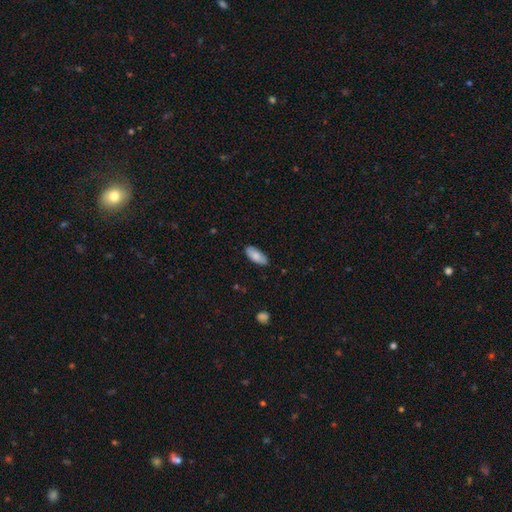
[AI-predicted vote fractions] Smooth or featured? smooth (83%)
How rounded? in between (85%)
Merging? none (84%)